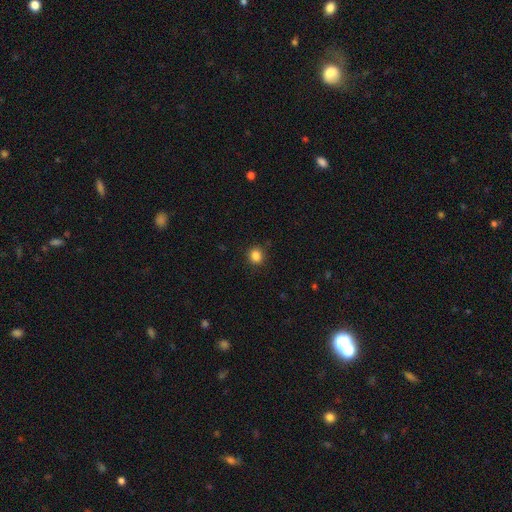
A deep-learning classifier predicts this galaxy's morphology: Smooth or featured? smooth (85%)
How rounded? round (80%)
Merging? none (89%)